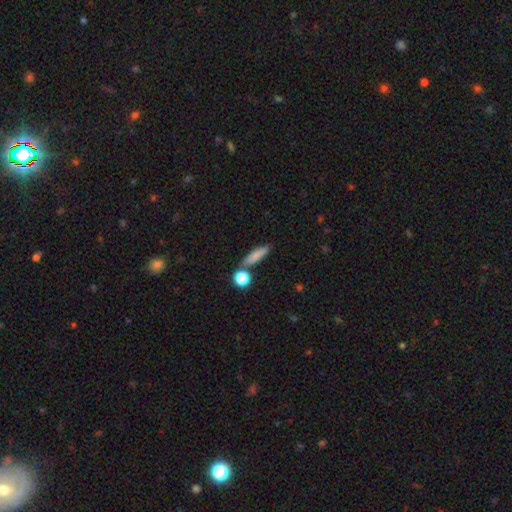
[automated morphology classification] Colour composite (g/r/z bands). It shows a smooth galaxy with no disk features (78%) that is cigar-shaped (67%). Merging: none (75%).